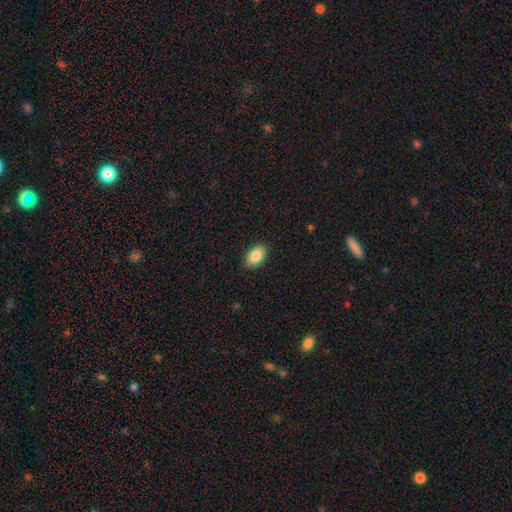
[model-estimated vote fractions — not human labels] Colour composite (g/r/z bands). It shows a smooth galaxy with no disk features (88%) that is in between round and cigar-shaped (92%). Merging: none (87%).